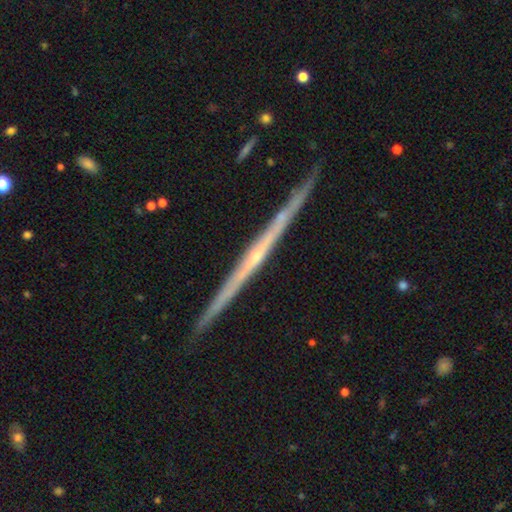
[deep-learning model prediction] Smooth or featured? Predicted: featured or disk (p=0.83). Edge-on disk? Predicted: yes (p=0.98). Edge-on bulge? Predicted: none (p=0.54). Merging? Predicted: none (p=0.91).